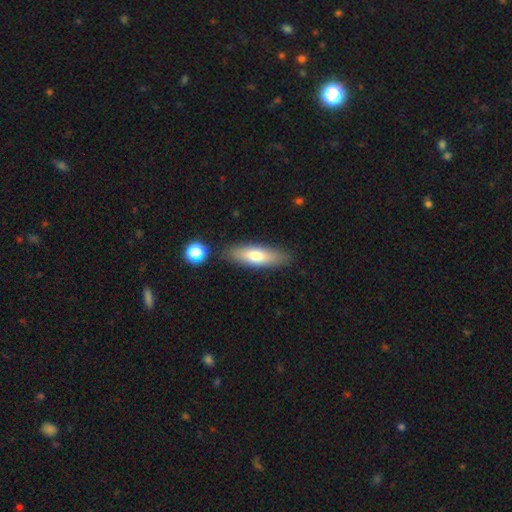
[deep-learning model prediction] Overall: smooth (72%). How rounded: in between (51%; cigar-shaped 47%). Merging: none (83%).